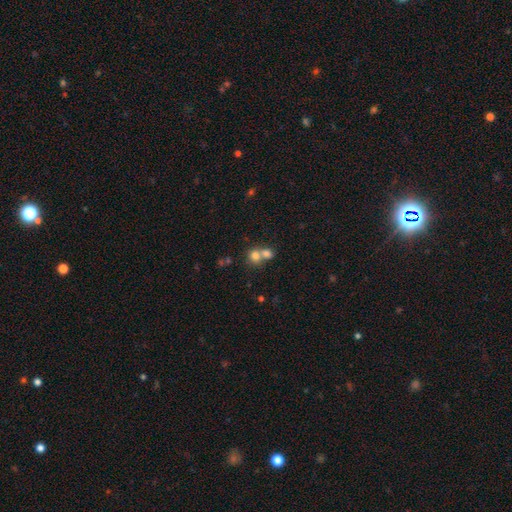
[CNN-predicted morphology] Smooth or featured? Predicted: smooth (p=0.75). How rounded? Predicted: round (p=0.76). Merging? Predicted: merger (p=0.61).